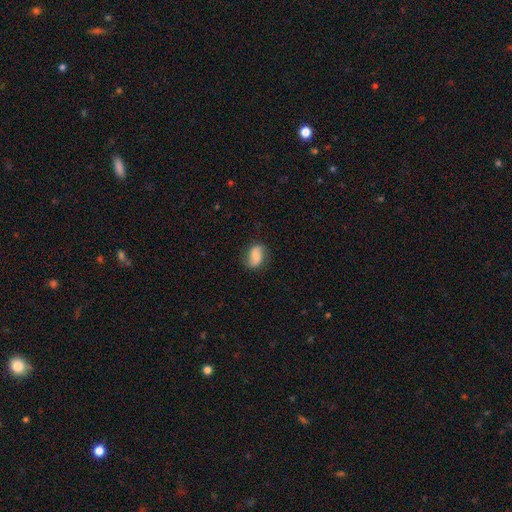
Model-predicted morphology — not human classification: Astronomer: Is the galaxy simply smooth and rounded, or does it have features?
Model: smooth — 65%.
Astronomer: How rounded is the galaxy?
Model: in between — 84%.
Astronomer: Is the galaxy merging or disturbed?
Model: none — 73%.